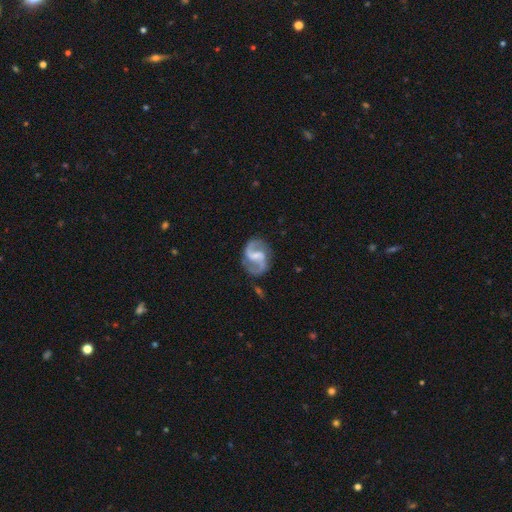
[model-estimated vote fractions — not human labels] smooth_or_featured: featured or disk (p=0.90) [alt: smooth p=0.06]
disk_edge_on: no (p=0.98) [alt: yes p=0.02]
bar: weak (p=0.54) [alt: strong p=0.27]
has_spiral_arms: yes (p=0.97) [alt: no p=0.03]
spiral_winding: medium (p=0.52) [alt: loose p=0.37]
spiral_arm_count: 2 (p=0.93) [alt: can't tell p=0.02]
bulge_size: small (p=0.36) [alt: none p=0.30]
merging: none (p=0.77) [alt: minor disturbance p=0.15]